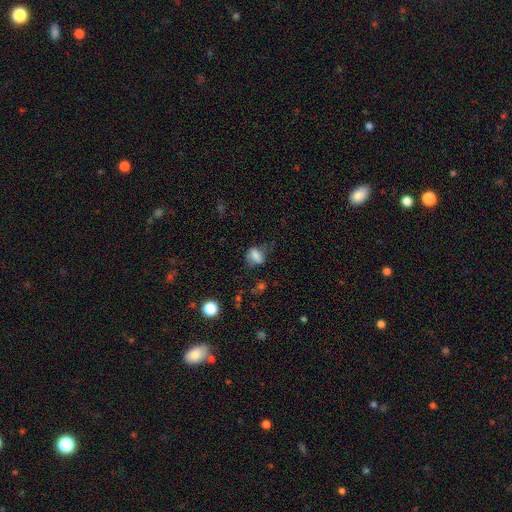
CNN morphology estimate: Smooth or featured?
  - smooth: 69% *
  - featured or disk: 20%
  - star or artifact: 11%
How rounded?
  - in between: 66% *
  - round: 32%
  - cigar-shaped: 3%
Merging?
  - none: 50% *
  - minor disturbance: 28%
  - major disturbance: 19%
  - merger: 3%